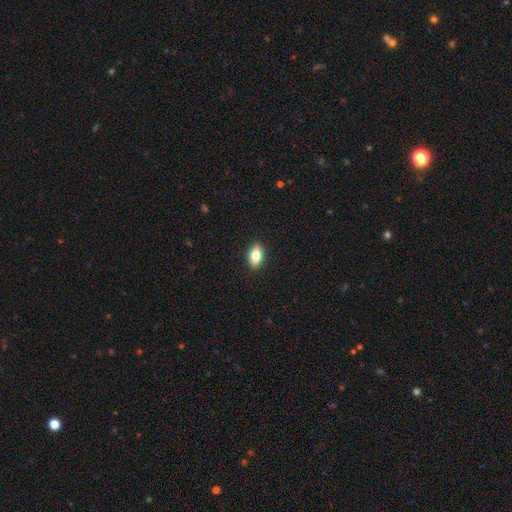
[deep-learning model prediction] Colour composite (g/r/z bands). It shows a smooth galaxy with no disk features (76%) that is in between round and cigar-shaped (87%). Merging: none (90%).